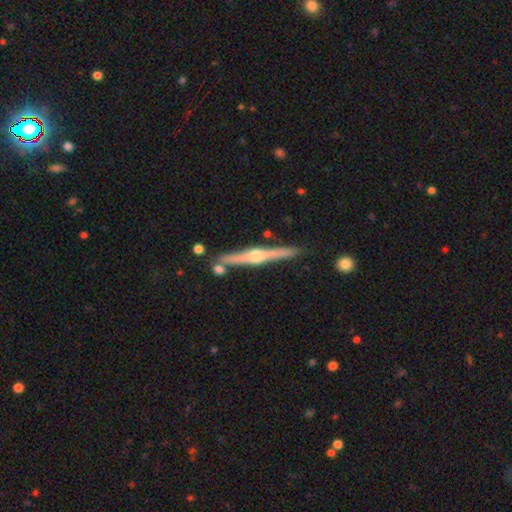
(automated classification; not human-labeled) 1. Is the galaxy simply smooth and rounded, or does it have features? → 82% featured or disk, 13% smooth, 5% star or artifact.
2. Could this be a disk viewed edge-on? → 98% yes, 2% no.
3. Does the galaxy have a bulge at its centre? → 92% rounded, 4% boxy, 4% none.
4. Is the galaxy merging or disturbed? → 86% none, 8% minor disturbance, 4% merger, 2% major disturbance.